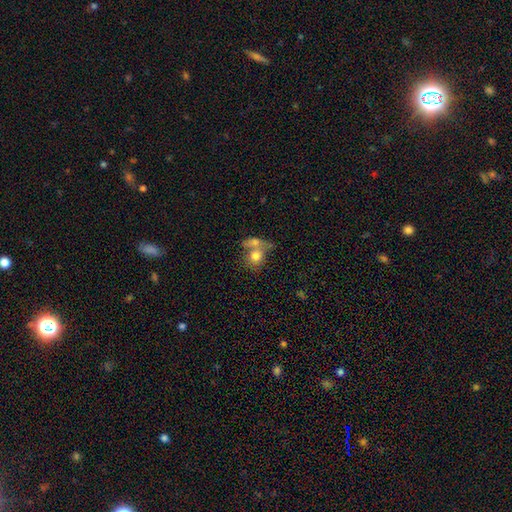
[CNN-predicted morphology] Smooth or featured?
  - smooth: 74% *
  - featured or disk: 18%
  - star or artifact: 8%
How rounded?
  - round: 66% *
  - in between: 32%
  - cigar-shaped: 2%
Merging?
  - merger: 57% *
  - none: 27%
  - minor disturbance: 9%
  - major disturbance: 7%